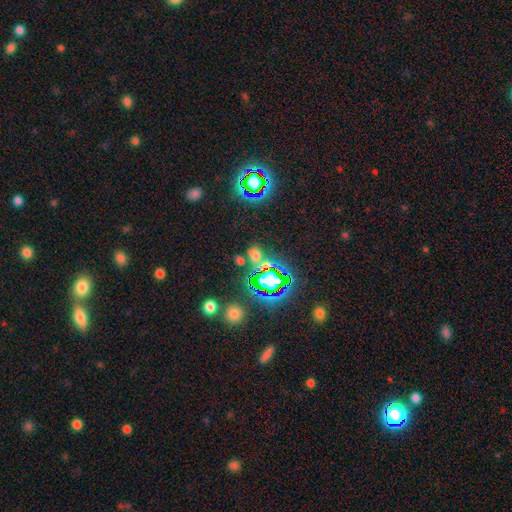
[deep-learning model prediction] This is possibly a star or artifact rather than a galaxy (46%).